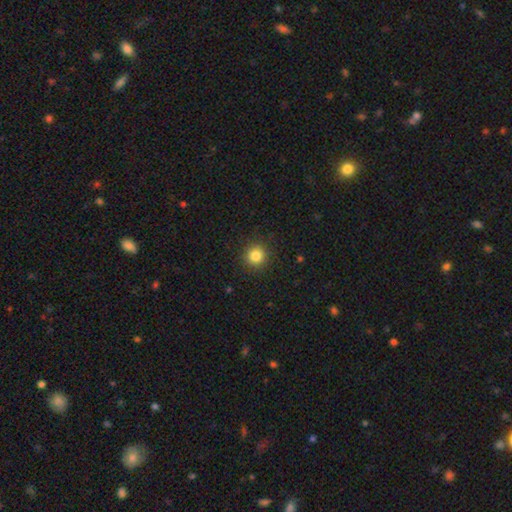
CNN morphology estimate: The model was most divided on "smooth or featured": smooth: 83%, star or artifact: 12%, featured or disk: 5%. More confident: how rounded — round (93%); merging — none (92%).